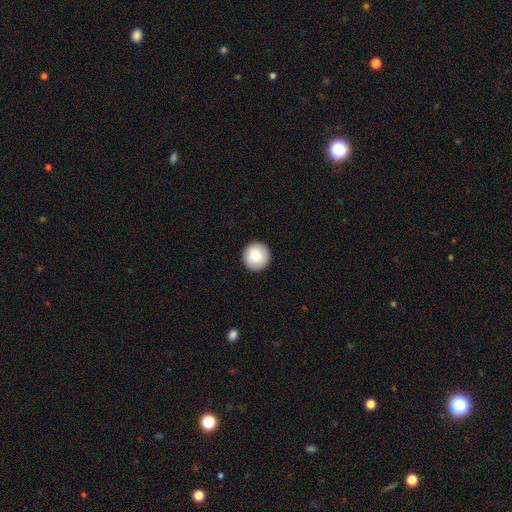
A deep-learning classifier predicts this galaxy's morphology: Smooth or featured? Predicted: smooth (p=0.88). How rounded? Predicted: round (p=0.95). Merging? Predicted: none (p=0.91).